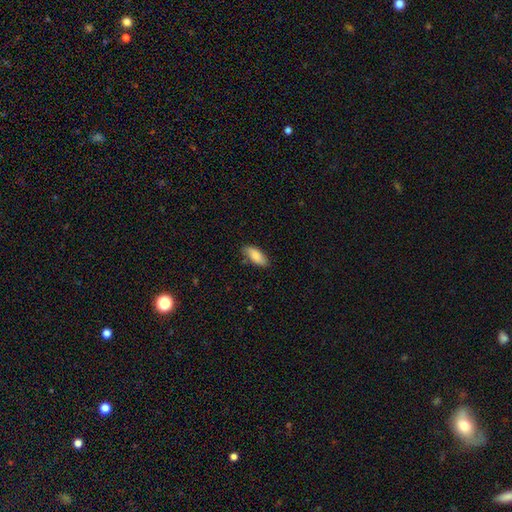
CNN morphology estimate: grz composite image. It shows a smooth galaxy with no disk features (84%) that is in between round and cigar-shaped (82%). Merging: none (80%).